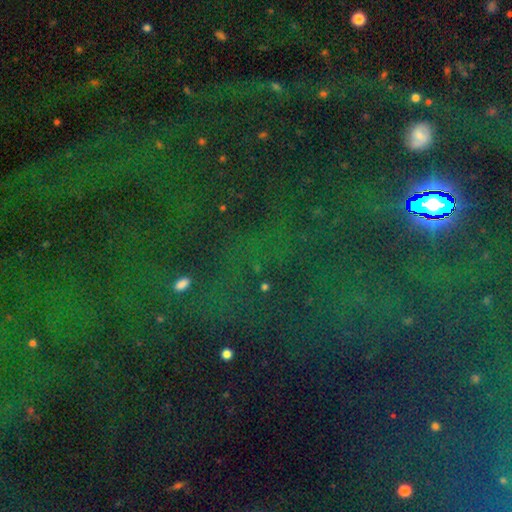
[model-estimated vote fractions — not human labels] Overall: star or artifact (81%).